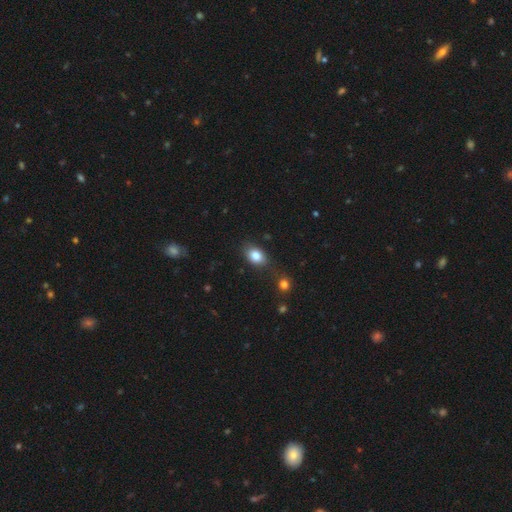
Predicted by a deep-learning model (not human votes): A smooth galaxy with no disk features (83%) that is in between round and cigar-shaped (78%).

Vote fractions:
- Smooth or featured? smooth: 83% / star or artifact: 9% / featured or disk: 8%
- How rounded? in between: 78% / round: 21% / cigar-shaped: 2%
- Merging? none: 74% / minor disturbance: 16% / merger: 6% / major disturbance: 4%